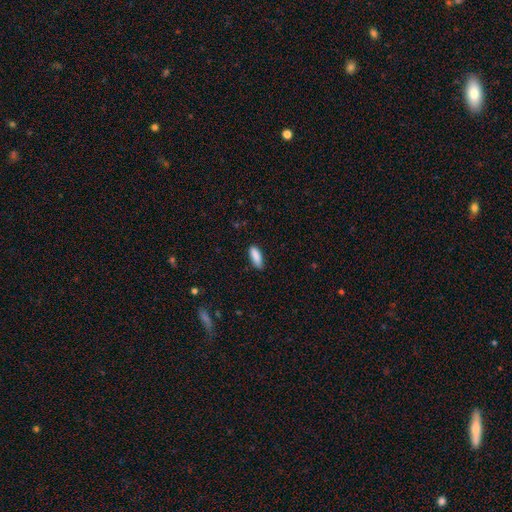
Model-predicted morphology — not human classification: This is clearly a smooth galaxy (89%). How rounded: likely in between (67%). Merging: clearly none (83%).